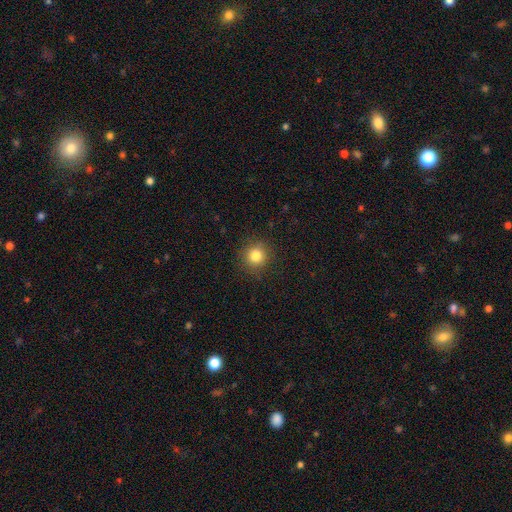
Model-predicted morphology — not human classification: A smooth galaxy with no disk features (82%) that is round (93%).

Vote fractions:
- Smooth or featured? smooth: 82% / star or artifact: 12% / featured or disk: 6%
- How rounded? round: 93% / in between: 6% / cigar-shaped: 1%
- Merging? none: 90% / minor disturbance: 7% / major disturbance: 2% / merger: 1%